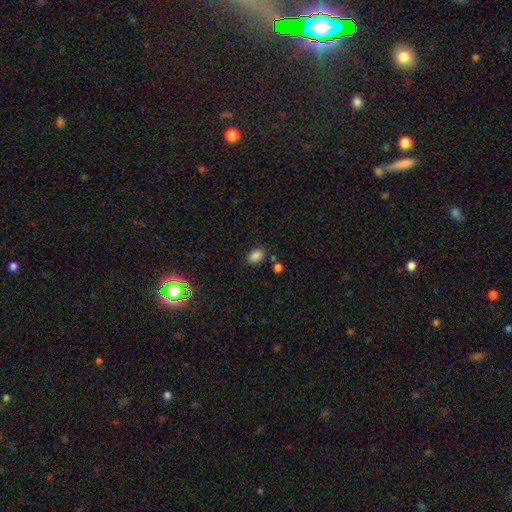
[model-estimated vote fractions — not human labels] smooth_or_featured: smooth (p=0.85) [alt: star or artifact p=0.11]
how_rounded: in between (p=0.86) [alt: round p=0.12]
merging: none (p=0.79) [alt: minor disturbance p=0.13]